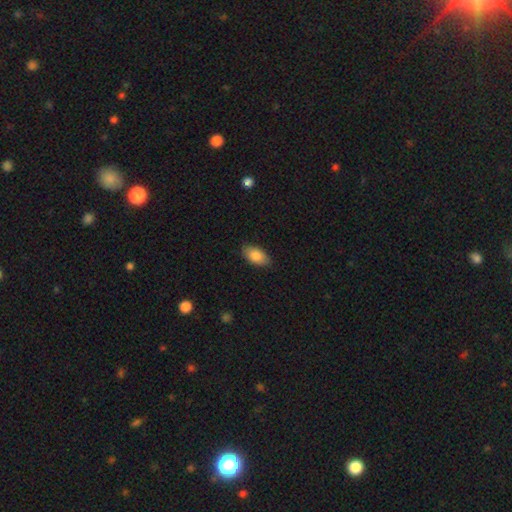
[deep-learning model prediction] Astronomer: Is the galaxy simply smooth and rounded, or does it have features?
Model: smooth — 85%.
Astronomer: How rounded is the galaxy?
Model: in between — 93%.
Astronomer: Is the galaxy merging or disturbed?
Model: none — 85%.